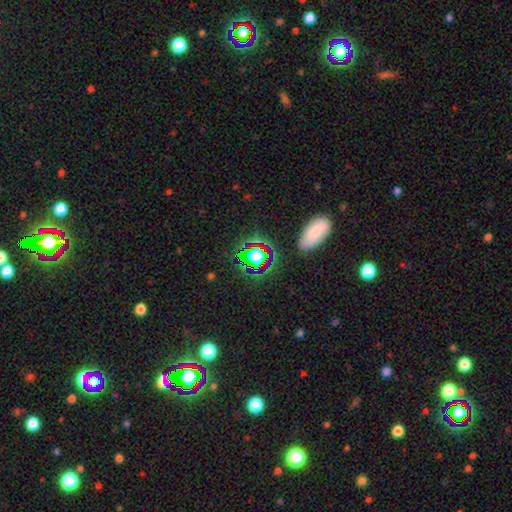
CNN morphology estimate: type=star or artifact (54%).